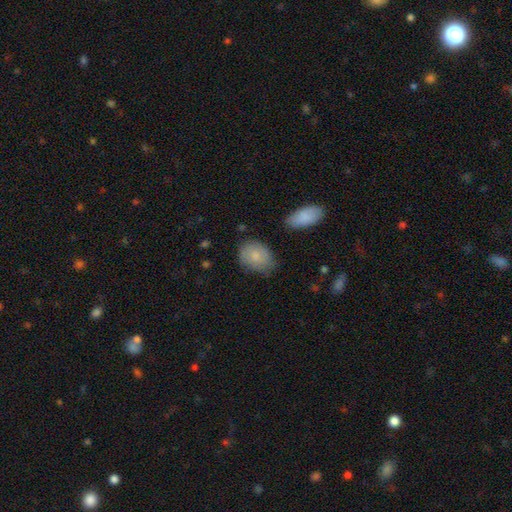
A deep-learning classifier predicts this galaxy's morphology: smooth 81%, featured or disk 13%, star or artifact 7%. Down the decision tree: how rounded — in between (69%); merging — none (69%).